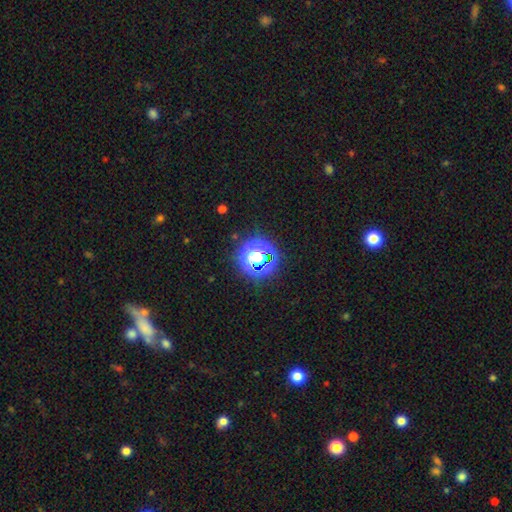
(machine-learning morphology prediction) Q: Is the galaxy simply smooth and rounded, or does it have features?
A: star or artifact — 70%.